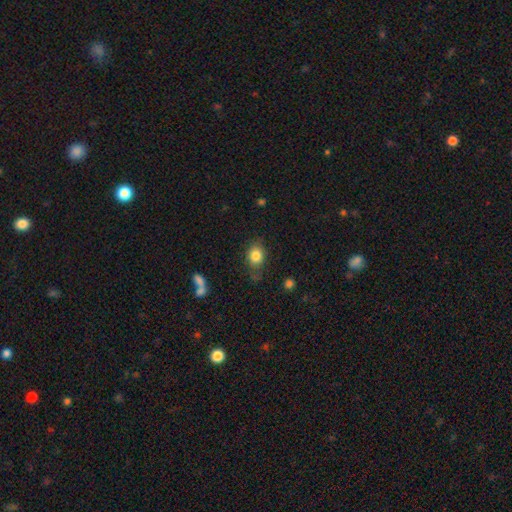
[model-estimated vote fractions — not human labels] smooth 83%, star or artifact 9%, featured or disk 8%. Down the decision tree: how rounded — in between (55%); merging — none (71%).